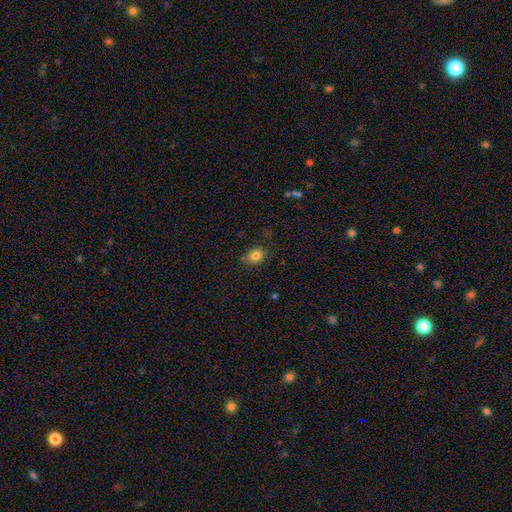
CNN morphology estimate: Smooth or featured? Predicted: smooth (p=0.81). How rounded? Predicted: in between (p=0.51). Merging? Predicted: none (p=0.77).